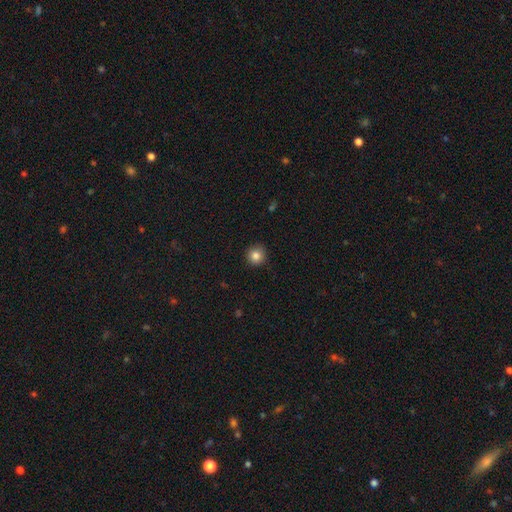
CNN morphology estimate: Q: Smooth or featured?
A: smooth (84%); runner-up: star or artifact (11%)
Q: How rounded?
A: round (94%); runner-up: in between (5%)
Q: Merging?
A: none (91%); runner-up: minor disturbance (6%)